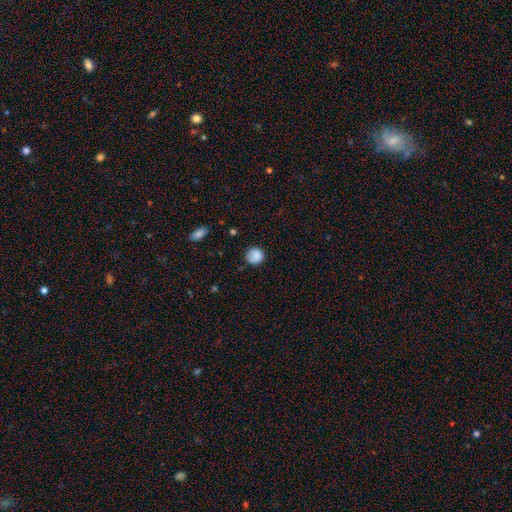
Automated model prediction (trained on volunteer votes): Smooth or featured? Predicted: smooth (p=0.86). How rounded? Predicted: round (p=0.90). Merging? Predicted: none (p=0.75).